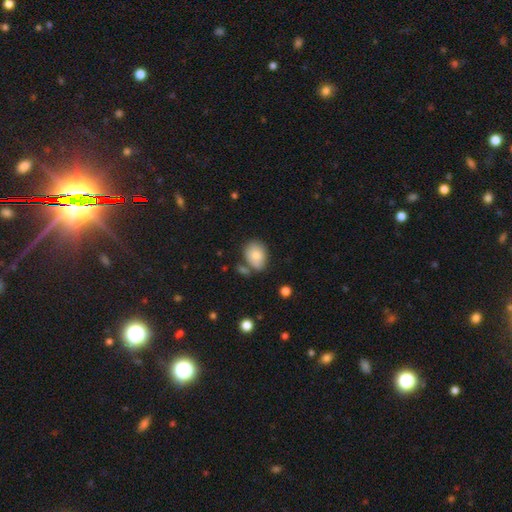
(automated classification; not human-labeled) smooth-or-featured: smooth: 79% | featured or disk: 13% | star or artifact: 8%
  how-rounded: in between: 68% | round: 31% | cigar-shaped: 1%
  merging: none: 63% | minor disturbance: 20% | merger: 12% | major disturbance: 5%